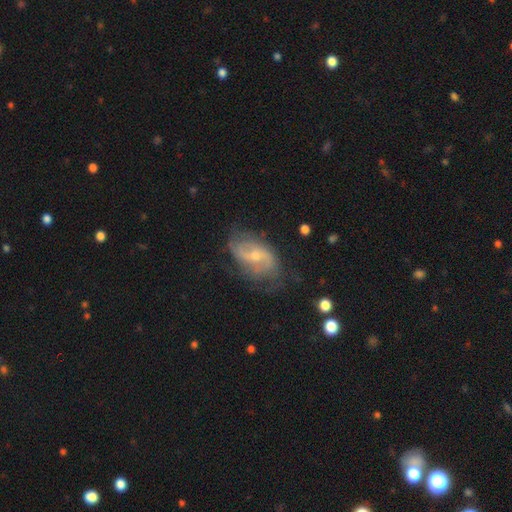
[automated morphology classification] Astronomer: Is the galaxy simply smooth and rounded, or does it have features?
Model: featured or disk — 77%.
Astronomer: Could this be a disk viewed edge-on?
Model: no — 96%.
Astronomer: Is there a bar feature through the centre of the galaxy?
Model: weak — 46% (runner-up: no, 38%).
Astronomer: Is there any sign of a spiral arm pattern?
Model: yes — 87%.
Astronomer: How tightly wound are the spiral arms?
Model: loose — 48% (runner-up: medium, 36%).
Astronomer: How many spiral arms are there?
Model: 2 — 72%.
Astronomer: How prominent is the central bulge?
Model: small — 58% (runner-up: moderate, 38%).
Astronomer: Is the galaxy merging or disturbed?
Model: none — 60%.